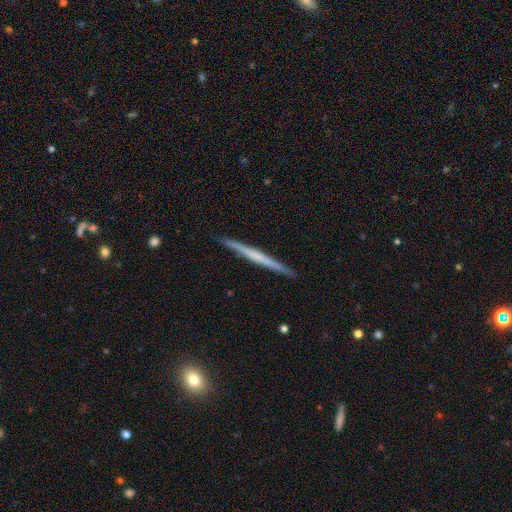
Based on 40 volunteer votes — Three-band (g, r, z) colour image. It shows a featured or disk galaxy (72%) viewed edge-on (100%) with a rounded central bulge (59%). Merging: none (100%).